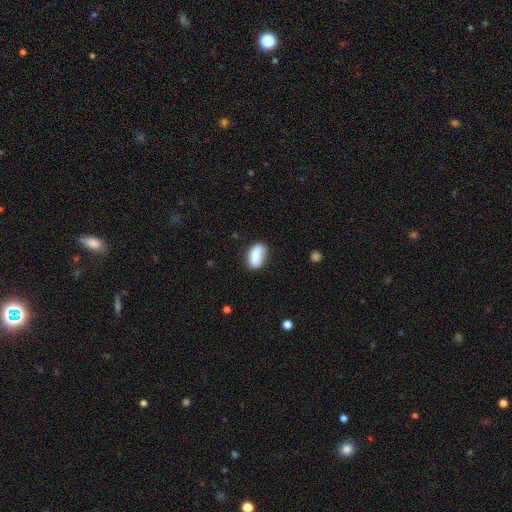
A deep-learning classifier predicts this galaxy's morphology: smooth 79%, featured or disk 13%, star or artifact 7%. Down the decision tree: how rounded — in between (89%); merging — none (69%).